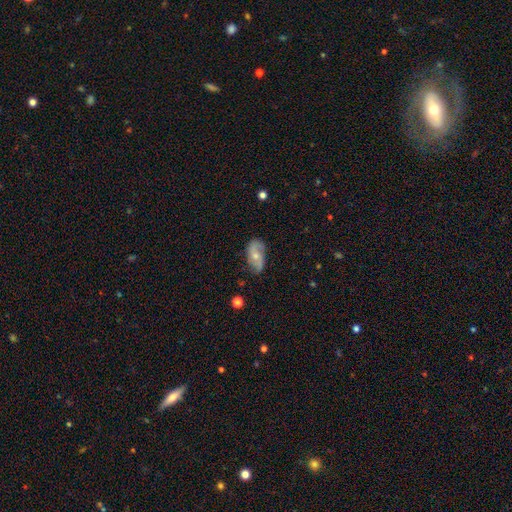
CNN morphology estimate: This is likely a featured or disk galaxy (62%). It is clearly not viewed edge-on (95%). Bar: likely no (63%). Spiral arm pattern: clearly yes (87%). Spiral arm count: clearly 2 (84%). Spiral winding: possibly loose (49%). Central bulge: possibly small (49%). Merging: likely none (66%).